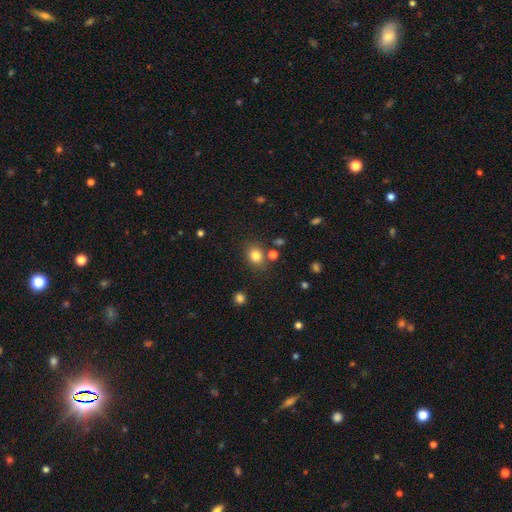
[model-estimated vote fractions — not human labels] smooth 82%, star or artifact 12%, featured or disk 7%. Down the decision tree: how rounded — round (63%); merging — none (77%).